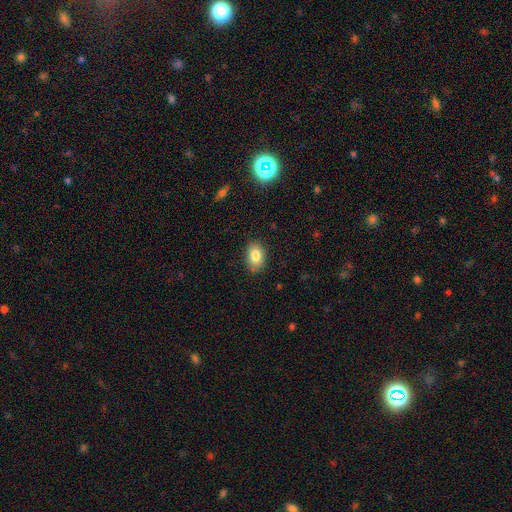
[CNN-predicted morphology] This appears to be a smooth galaxy with no disk features (83%) that is in between round and cigar-shaped (85%). Merging: none (86%).